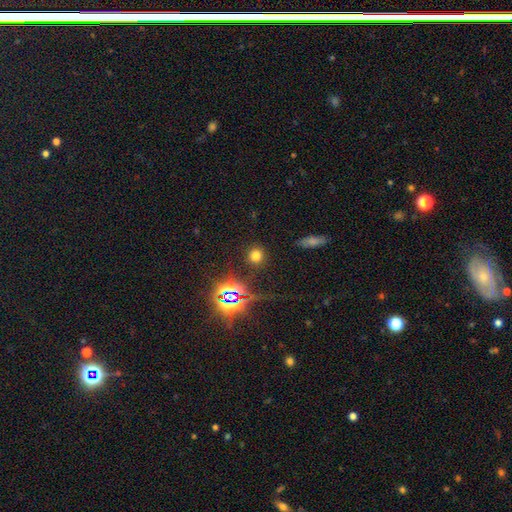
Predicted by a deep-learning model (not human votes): Q: Smooth or featured?
A: smooth (69%); runner-up: star or artifact (25%)
Q: How rounded?
A: round (89%); runner-up: in between (9%)
Q: Merging?
A: none (88%); runner-up: minor disturbance (7%)